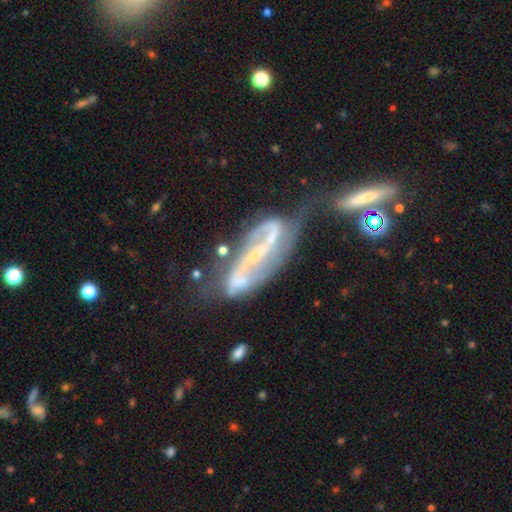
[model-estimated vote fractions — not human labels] Overall: featured or disk (85%). Edge-on disk: no (89%). Bar: strong (57%; weak 27%). Spiral arms: yes (92%). Spiral arm count: 2 (88%). Spiral winding: loose (45%; medium 39%). Bulge size: small (53%; none 31%). Merging: none (41%; merger 25%).